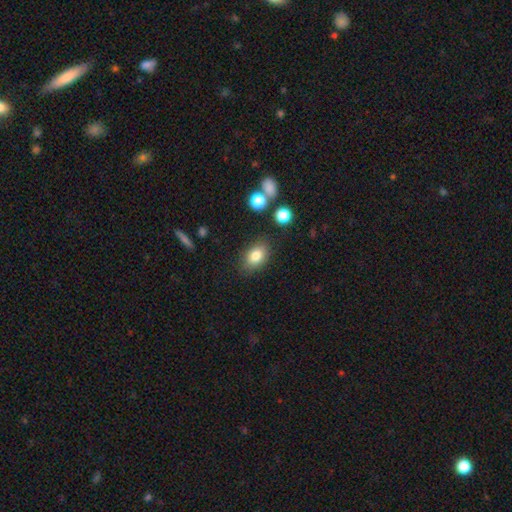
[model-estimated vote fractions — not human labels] Smooth or featured? Predicted: smooth (p=0.81). How rounded? Predicted: in between (p=0.81). Merging? Predicted: none (p=0.81).